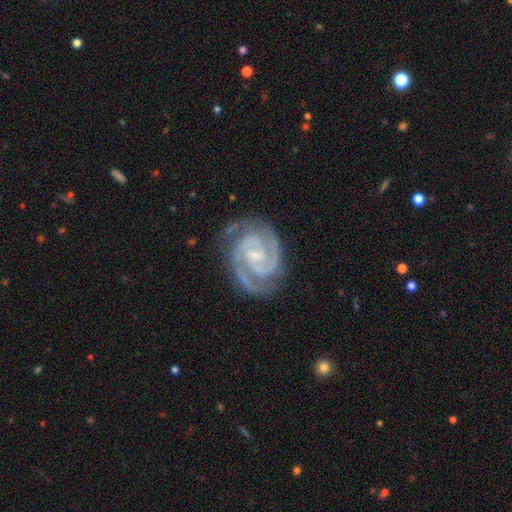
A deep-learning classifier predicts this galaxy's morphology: type=featured or disk (93%); edge-on=no (98%); bar=weak (50%); spiral arms=yes (99%); winding=tight (63%); arm count=2 (84%); bulge=small (58%); merging=none (78%).